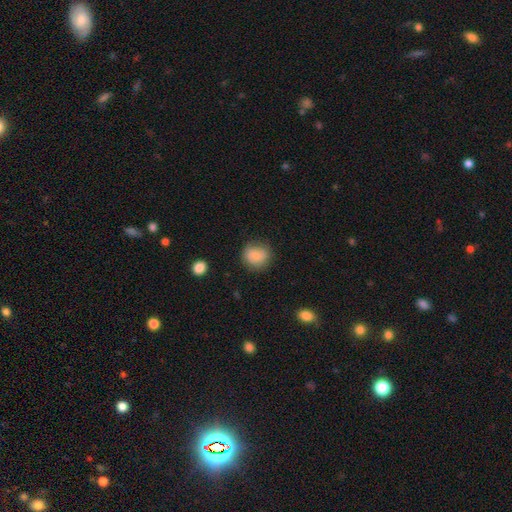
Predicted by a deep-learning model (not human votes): Q: Smooth or featured?
A: smooth (81%); runner-up: featured or disk (11%)
Q: How rounded?
A: round (81%); runner-up: in between (18%)
Q: Merging?
A: none (77%); runner-up: minor disturbance (16%)